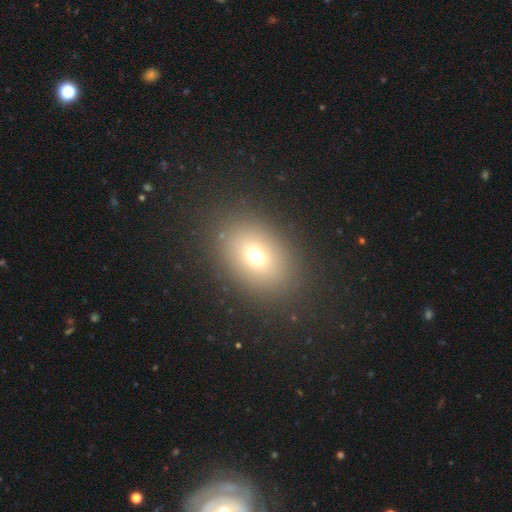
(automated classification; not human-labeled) This is likely a smooth galaxy (70%). How rounded: likely in between (65%). Merging: clearly none (86%).